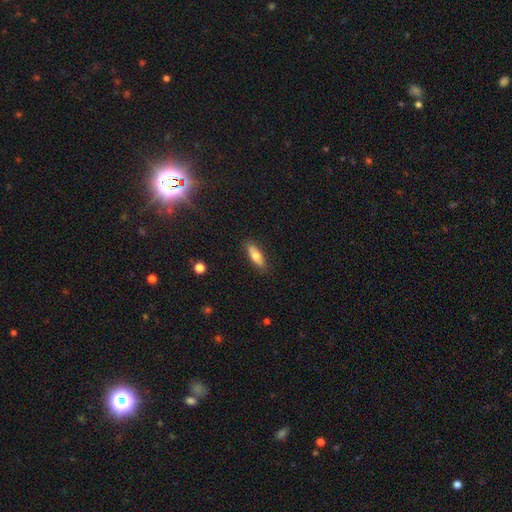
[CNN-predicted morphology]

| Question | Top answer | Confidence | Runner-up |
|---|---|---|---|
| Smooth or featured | smooth | 69% | featured or disk (24%) |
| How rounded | in between | 59% | cigar-shaped (38%) |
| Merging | none | 85% | minor disturbance (11%) |